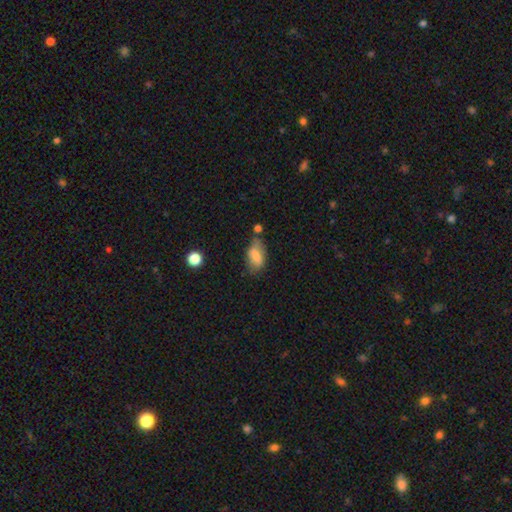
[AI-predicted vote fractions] Q: Smooth or featured?
A: smooth (72%); runner-up: featured or disk (20%)
Q: How rounded?
A: in between (87%); runner-up: cigar-shaped (8%)
Q: Merging?
A: none (54%); runner-up: minor disturbance (28%)